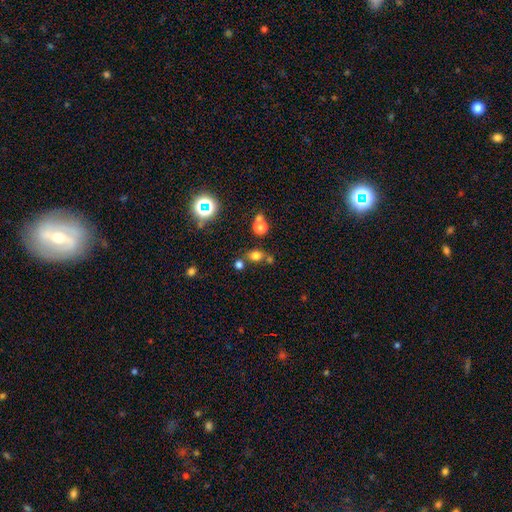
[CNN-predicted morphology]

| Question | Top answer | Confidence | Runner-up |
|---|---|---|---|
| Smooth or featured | smooth | 70% | star or artifact (22%) |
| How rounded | round | 64% | in between (35%) |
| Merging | none | 65% | merger (19%) |